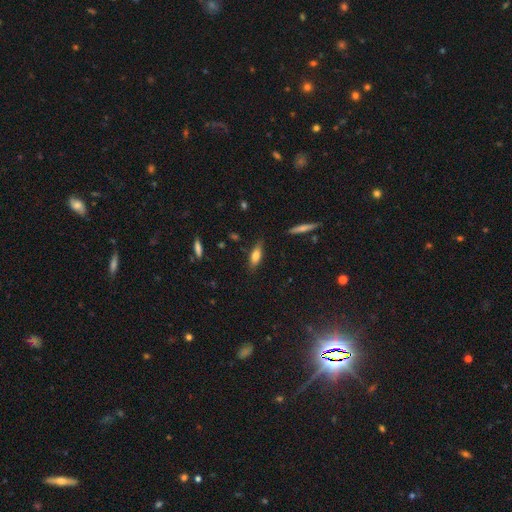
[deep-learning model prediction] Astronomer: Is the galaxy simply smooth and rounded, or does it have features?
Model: smooth — 73%.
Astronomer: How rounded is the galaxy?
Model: in between — 61% (runner-up: cigar-shaped, 37%).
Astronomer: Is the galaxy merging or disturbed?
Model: none — 80%.